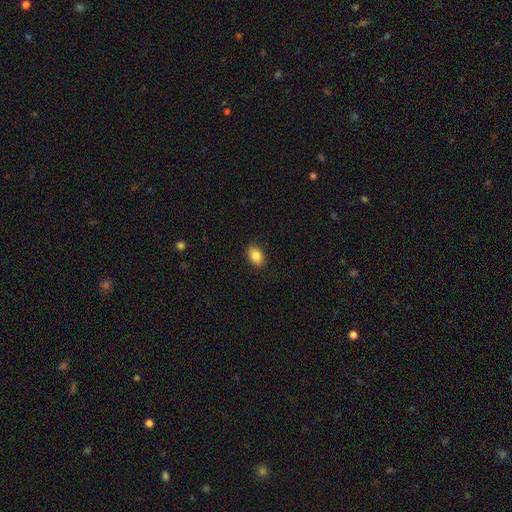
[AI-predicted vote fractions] smooth-or-featured: smooth: 86% | star or artifact: 8% | featured or disk: 6%
  how-rounded: in between: 83% | round: 15% | cigar-shaped: 1%
  merging: none: 89% | minor disturbance: 8% | major disturbance: 2% | merger: 1%